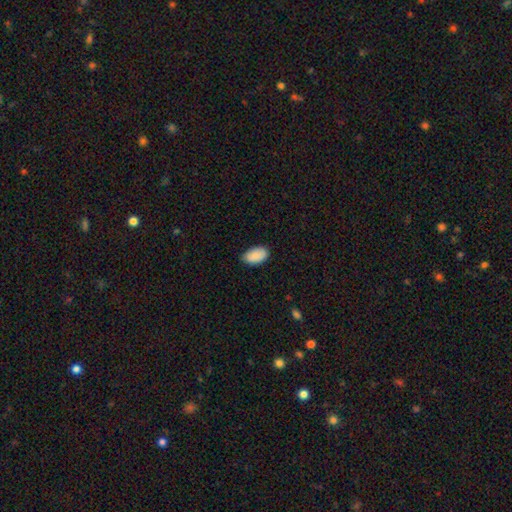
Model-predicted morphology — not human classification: This is clearly a smooth galaxy (88%). How rounded: clearly in between (94%). Merging: likely none (80%).